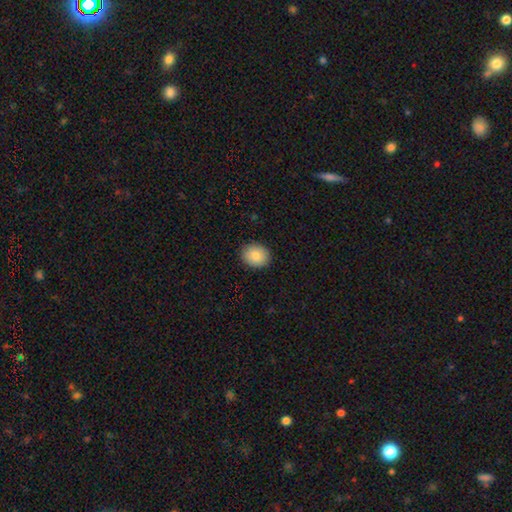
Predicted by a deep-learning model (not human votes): Morphology: type=smooth (86%); roundness=round (56%); merging=none (90%).